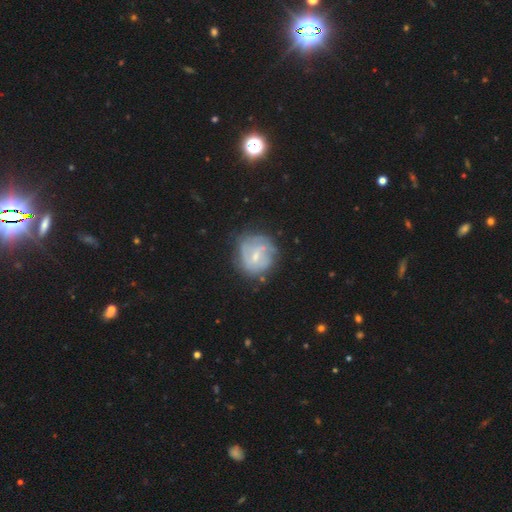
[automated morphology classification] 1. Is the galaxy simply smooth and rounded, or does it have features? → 61% featured or disk, 31% smooth, 8% star or artifact.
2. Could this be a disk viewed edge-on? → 97% no, 3% yes.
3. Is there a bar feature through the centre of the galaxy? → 54% weak, 34% no, 12% strong.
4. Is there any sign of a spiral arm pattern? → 68% yes, 32% no.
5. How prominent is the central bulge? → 53% small, 34% moderate, 10% none, 2% large, 1% dominant.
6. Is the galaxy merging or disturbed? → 63% none, 23% minor disturbance, 12% major disturbance, 3% merger.